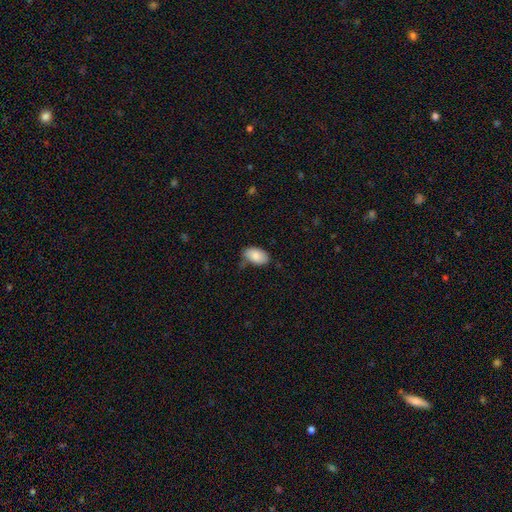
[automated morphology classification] smooth-or-featured: smooth: 84% | featured or disk: 9% | star or artifact: 7%
  how-rounded: in between: 94% | round: 5% | cigar-shaped: 1%
  merging: none: 65% | minor disturbance: 26% | major disturbance: 5% | merger: 4%